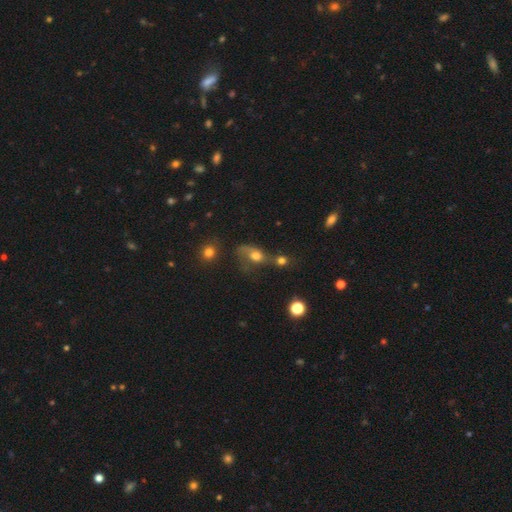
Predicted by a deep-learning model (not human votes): Smooth or featured?
  - smooth: 59% *
  - featured or disk: 27%
  - star or artifact: 14%
How rounded?
  - in between: 57% *
  - round: 39%
  - cigar-shaped: 4%
Merging?
  - merger: 37% *
  - major disturbance: 26%
  - none: 22%
  - minor disturbance: 15%